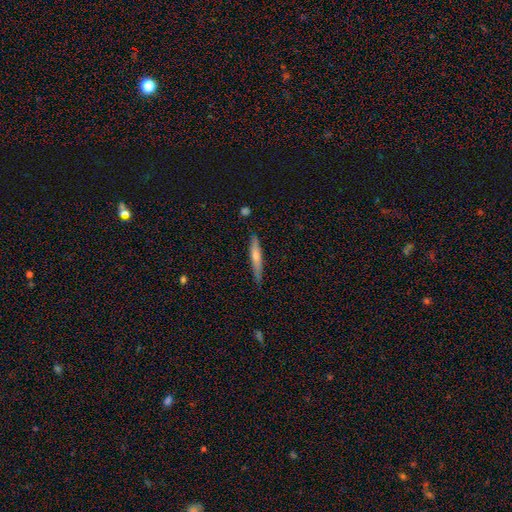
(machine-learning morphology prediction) Smooth or featured: featured or disk — 48% (smooth — 45%)
Merging: none — 86% (minor disturbance — 10%)